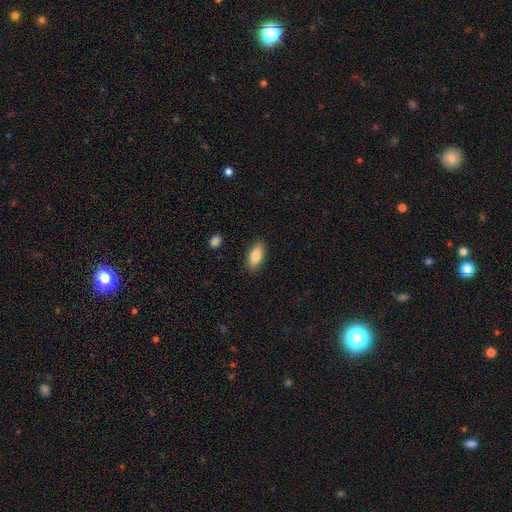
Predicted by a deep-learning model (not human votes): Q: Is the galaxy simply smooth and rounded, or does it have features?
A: smooth — 82%.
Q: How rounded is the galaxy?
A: in between — 83%.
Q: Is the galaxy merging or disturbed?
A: none — 87%.